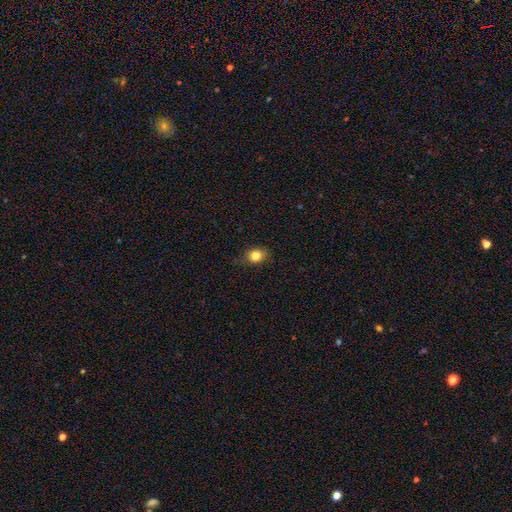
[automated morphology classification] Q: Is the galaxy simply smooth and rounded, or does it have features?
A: smooth — 82%.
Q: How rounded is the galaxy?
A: round — 50%.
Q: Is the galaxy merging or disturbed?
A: none — 83%.